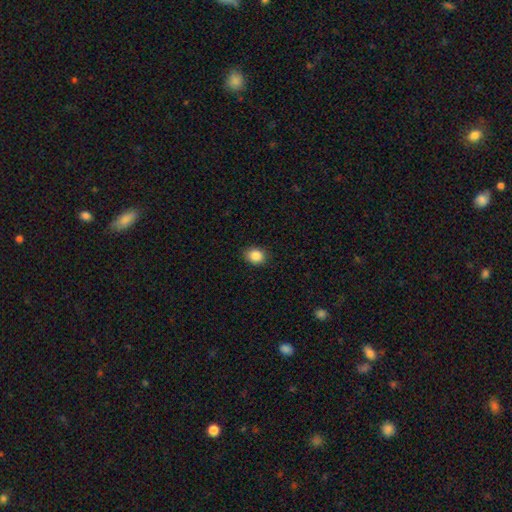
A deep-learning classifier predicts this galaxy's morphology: Overall: smooth (87%). How rounded: round (53%; in between 46%). Merging: none (87%).